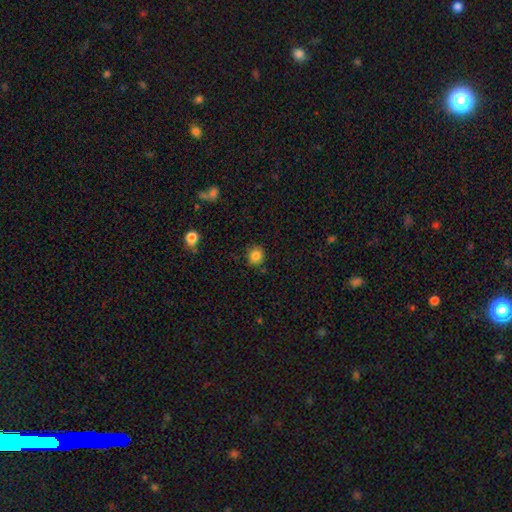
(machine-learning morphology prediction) This is clearly a smooth galaxy (85%). How rounded: clearly round (84%). Merging: clearly none (83%).